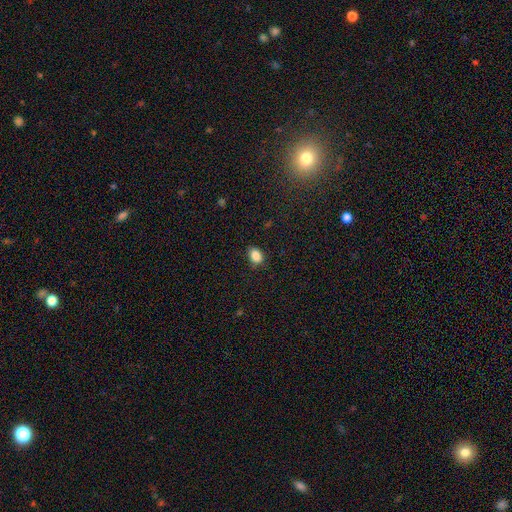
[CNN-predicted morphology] The model was most divided on "how rounded": in between: 71%, round: 28%, cigar-shaped: 1%. More confident: smooth or featured — smooth (86%); merging — none (83%).